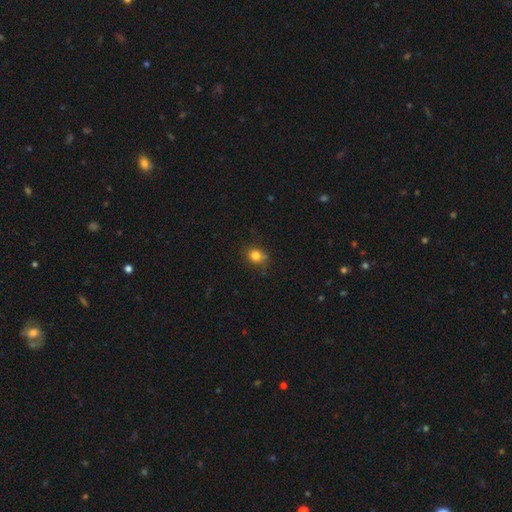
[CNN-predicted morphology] This appears to be a smooth galaxy with no disk features (81%) that is round (61%). Merging: none (73%).